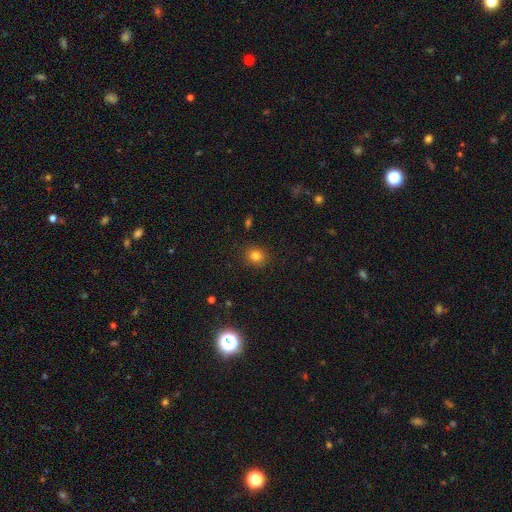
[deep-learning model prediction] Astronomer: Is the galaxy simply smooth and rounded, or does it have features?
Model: smooth — 81%.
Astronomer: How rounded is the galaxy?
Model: round — 71%.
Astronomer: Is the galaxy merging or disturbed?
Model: none — 88%.